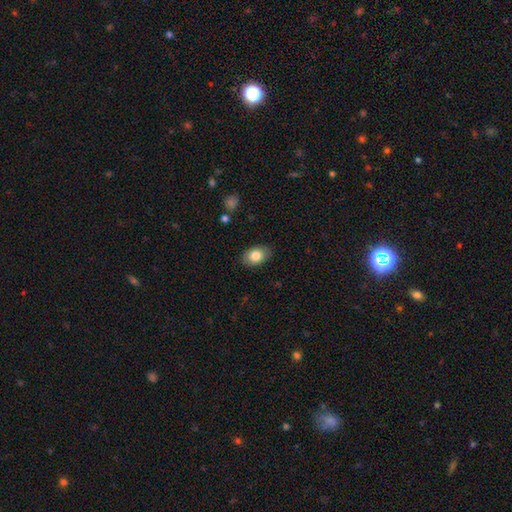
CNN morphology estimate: smooth_or_featured: smooth (p=0.82) [alt: featured or disk p=0.10]
how_rounded: in between (p=0.83) [alt: round p=0.16]
merging: none (p=0.87) [alt: minor disturbance p=0.10]